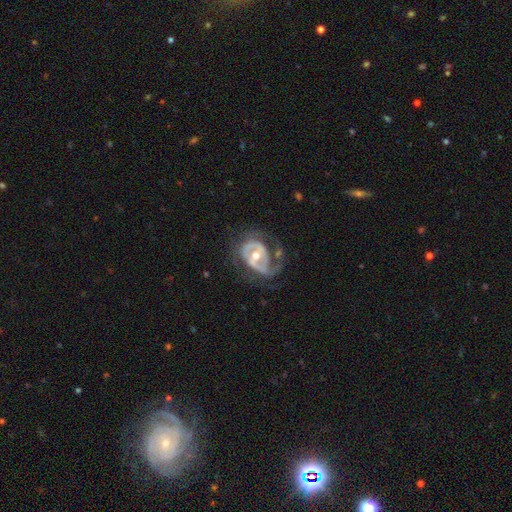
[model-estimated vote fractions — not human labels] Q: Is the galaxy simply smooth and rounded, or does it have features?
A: featured or disk — 84%.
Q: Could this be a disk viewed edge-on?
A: no — 97%.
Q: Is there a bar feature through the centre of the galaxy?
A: weak — 36%.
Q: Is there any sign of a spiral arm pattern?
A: yes — 79%.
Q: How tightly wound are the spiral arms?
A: medium — 39%.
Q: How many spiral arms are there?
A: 2 — 50%.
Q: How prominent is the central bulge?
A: moderate — 73%.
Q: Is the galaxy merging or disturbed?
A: none — 44%.